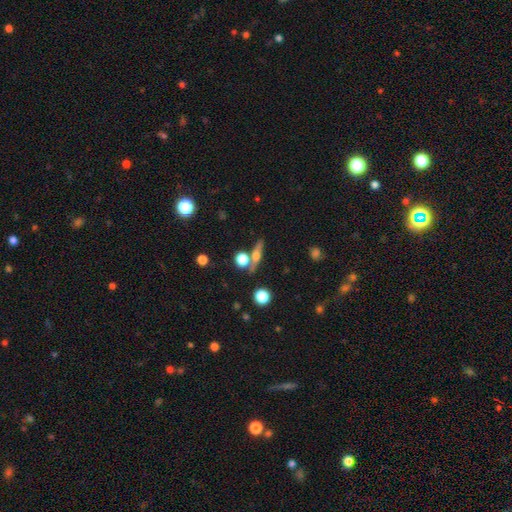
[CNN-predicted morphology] The model was most divided on "smooth or featured": featured or disk: 46%, smooth: 42%, star or artifact: 12%. More confident: merging — none (72%).